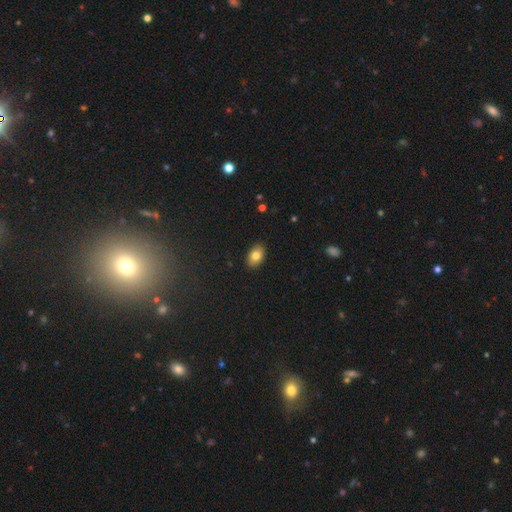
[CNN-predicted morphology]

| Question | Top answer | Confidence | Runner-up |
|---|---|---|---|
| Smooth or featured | smooth | 79% | featured or disk (12%) |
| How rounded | in between | 88% | round (10%) |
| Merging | none | 88% | minor disturbance (9%) |